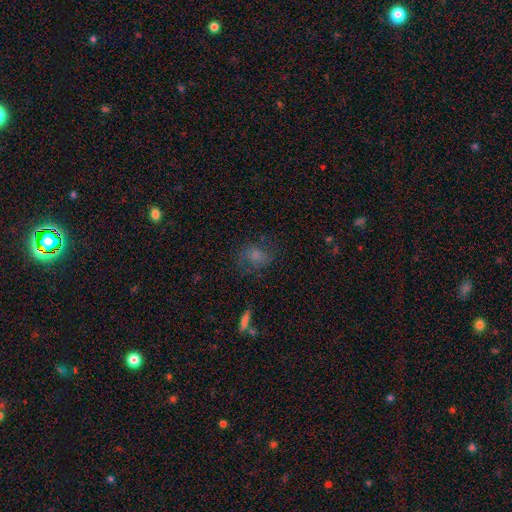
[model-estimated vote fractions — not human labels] Smooth or featured? Predicted: smooth (p=0.63). How rounded? Predicted: round (p=0.54). Merging? Predicted: none (p=0.58).